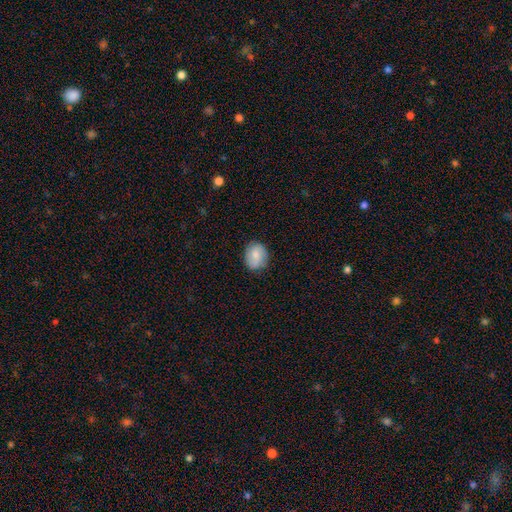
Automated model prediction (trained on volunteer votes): The model was most divided on "how rounded": round: 54%, in between: 45%, cigar-shaped: 1%. More confident: merging — none (80%); smooth or featured — smooth (72%).